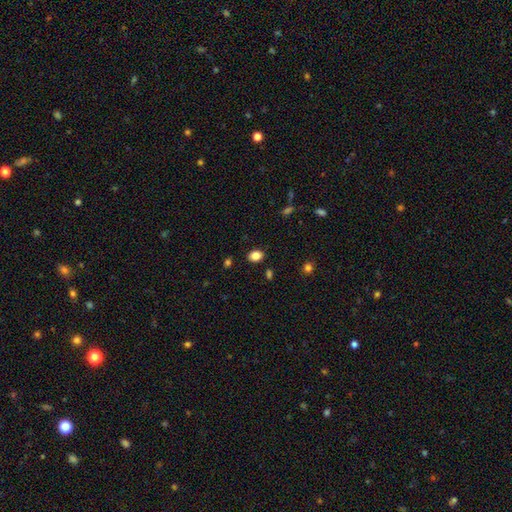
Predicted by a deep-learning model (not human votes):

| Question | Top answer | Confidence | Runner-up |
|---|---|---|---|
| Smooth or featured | smooth | 84% | star or artifact (10%) |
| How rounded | in between | 67% | round (32%) |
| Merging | none | 87% | minor disturbance (9%) |